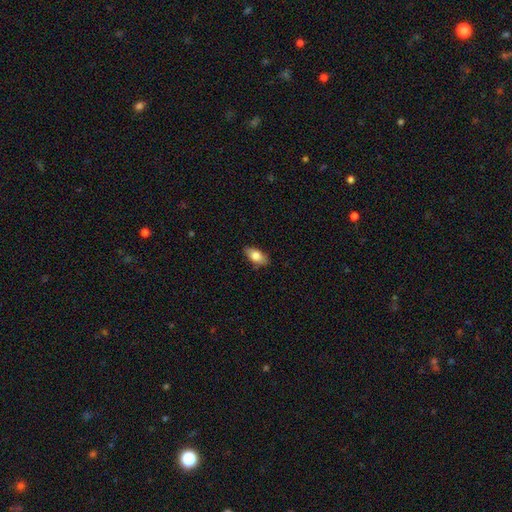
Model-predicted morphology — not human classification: A smooth galaxy with no disk features (79%) that is in between round and cigar-shaped (88%).

Vote fractions:
- Smooth or featured? smooth: 79% / featured or disk: 14% / star or artifact: 7%
- How rounded? in between: 88% / cigar-shaped: 8% / round: 4%
- Merging? none: 84% / minor disturbance: 12% / major disturbance: 2% / merger: 1%